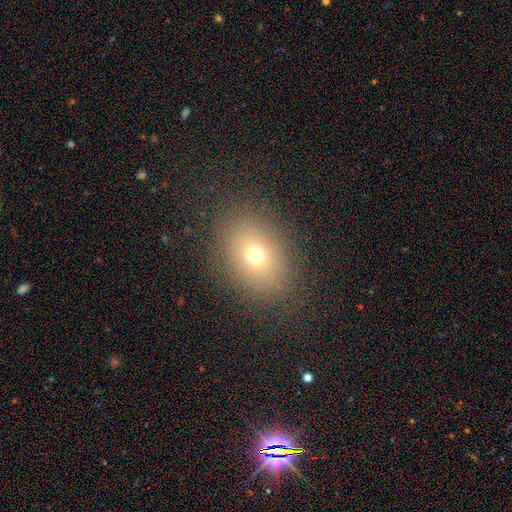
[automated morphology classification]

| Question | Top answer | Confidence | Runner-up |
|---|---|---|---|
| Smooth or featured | smooth | 68% | star or artifact (16%) |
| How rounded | in between | 68% | round (30%) |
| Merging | none | 84% | minor disturbance (10%) |